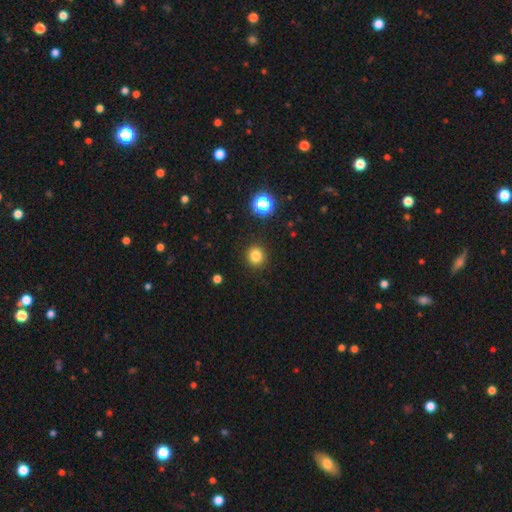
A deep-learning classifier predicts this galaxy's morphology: smooth-or-featured: smooth: 82% | star or artifact: 13% | featured or disk: 5%
  how-rounded: round: 90% | in between: 9% | cigar-shaped: 1%
  merging: none: 91% | minor disturbance: 6% | major disturbance: 2% | merger: 1%